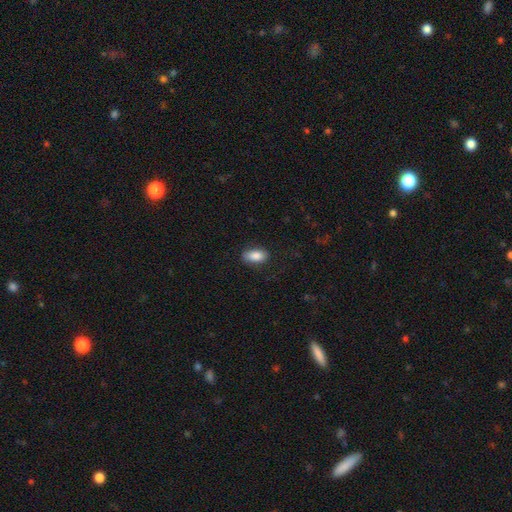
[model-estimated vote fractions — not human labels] Smooth or featured?
  - smooth: 87% *
  - star or artifact: 7%
  - featured or disk: 6%
How rounded?
  - in between: 90% *
  - round: 5%
  - cigar-shaped: 5%
Merging?
  - none: 83% *
  - minor disturbance: 13%
  - major disturbance: 3%
  - merger: 1%